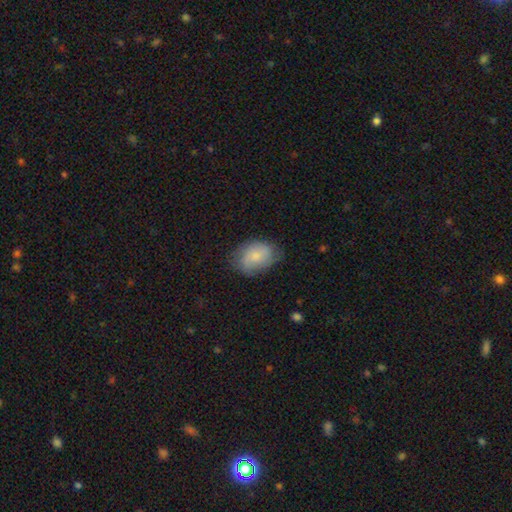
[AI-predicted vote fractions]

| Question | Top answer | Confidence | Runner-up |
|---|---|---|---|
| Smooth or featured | smooth | 69% | featured or disk (23%) |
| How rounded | in between | 77% | round (22%) |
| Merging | none | 63% | minor disturbance (28%) |